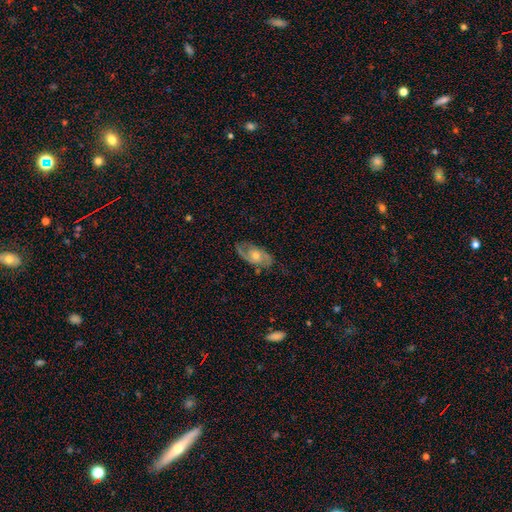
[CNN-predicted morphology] Smooth or featured?
  - featured or disk: 76% *
  - smooth: 17%
  - star or artifact: 7%
Edge-on disk?
  - no: 92% *
  - yes: 8%
Bar?
  - no: 71% *
  - weak: 24%
  - strong: 5%
Spiral arms?
  - yes: 87% *
  - no: 13%
Spiral winding?
  - medium: 46% *
  - tight: 36%
  - loose: 18%
Spiral arm count?
  - 2: 82% *
  - can't tell: 11%
  - 1: 3%
  - 3: 2%
  - 4: 1%
  - more than 4: 1%
Bulge size?
  - moderate: 64% *
  - small: 30%
  - large: 4%
  - none: 1%
  - dominant: 1%
Merging?
  - none: 79% *
  - minor disturbance: 15%
  - major disturbance: 5%
  - merger: 1%